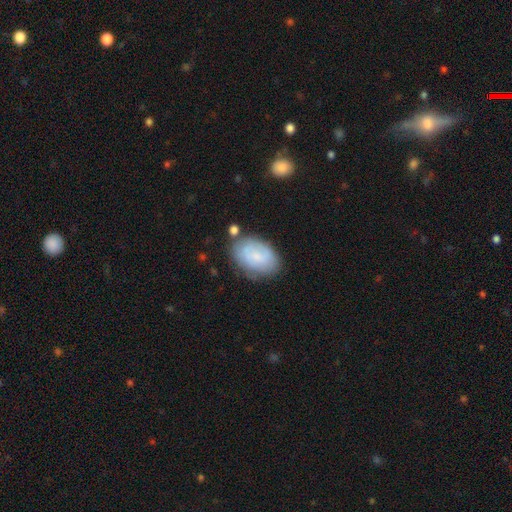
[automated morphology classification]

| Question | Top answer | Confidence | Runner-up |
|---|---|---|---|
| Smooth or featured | smooth | 60% | featured or disk (32%) |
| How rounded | in between | 88% | round (11%) |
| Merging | none | 69% | minor disturbance (21%) |